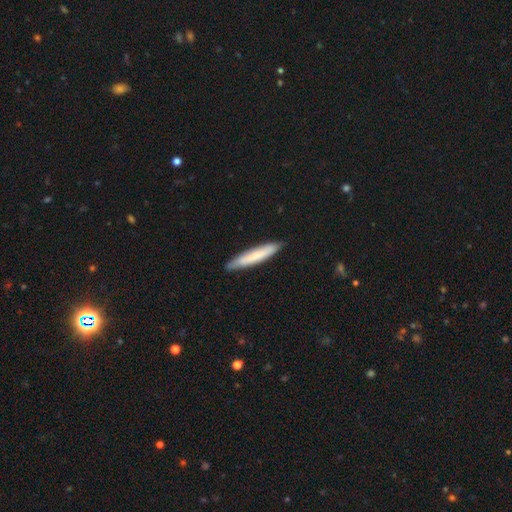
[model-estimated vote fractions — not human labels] Morphology: type=smooth (74%); roundness=cigar-shaped (92%); merging=none (87%).